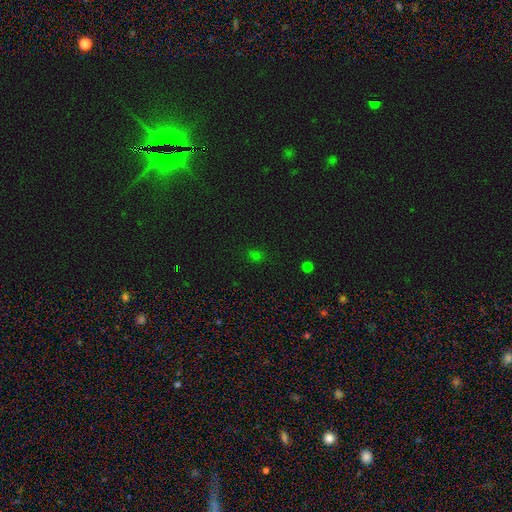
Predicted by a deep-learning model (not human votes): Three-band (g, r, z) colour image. It shows a smooth galaxy with no disk features (59%) that is round (63%). Merging: none (82%).